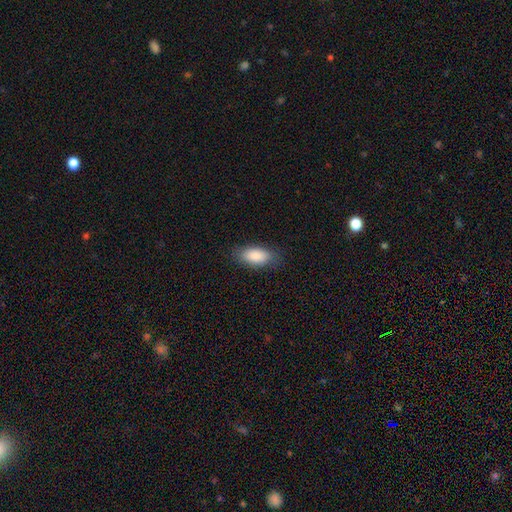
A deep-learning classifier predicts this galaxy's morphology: The model was most divided on "merging": none: 83%, minor disturbance: 13%, major disturbance: 3%, merger: 1%. More confident: how rounded — in between (89%); smooth or featured — smooth (87%).